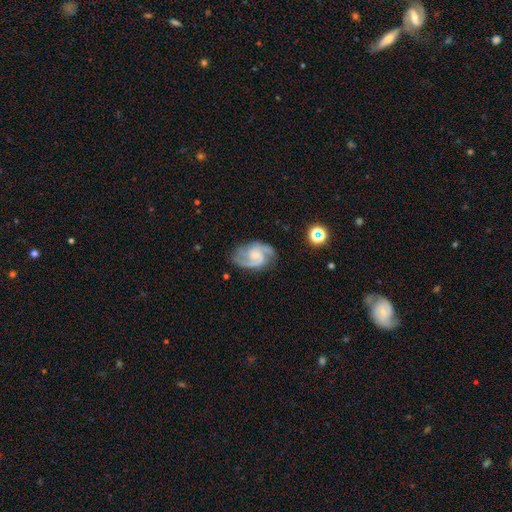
A featured or disk galaxy (81%) with no bar (66%), 2 (75%) medium (75%) spiral arms (97%) and a small central bulge (66%).

Vote fractions:
- Smooth or featured? featured or disk: 81% / smooth: 19% / star or artifact: 0%
- Edge-on disk? no: 97% / yes: 3%
- Bar? no: 66% / weak: 24% / strong: 10%
- Spiral arms? yes: 97% / no: 3%
- Spiral winding? medium: 75% / tight: 14% / loose: 11%
- Spiral arm count? 2: 75% / can't tell: 14% / 1: 4% / 3: 4% / 4: 4% / more than 4: 0%
- Bulge size? small: 66% / none: 17% / moderate: 14% / large: 3% / dominant: 0%
- Merging? none: 84% / minor disturbance: 16% / major disturbance: 0% / merger: 0%